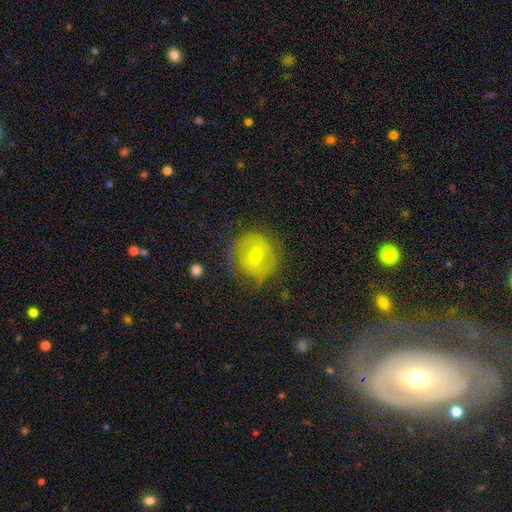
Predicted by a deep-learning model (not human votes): Q: Smooth or featured?
A: featured or disk (50%); runner-up: smooth (41%)
Q: Edge-on disk?
A: no (96%); runner-up: yes (4%)
Q: Merging?
A: none (67%); runner-up: minor disturbance (21%)